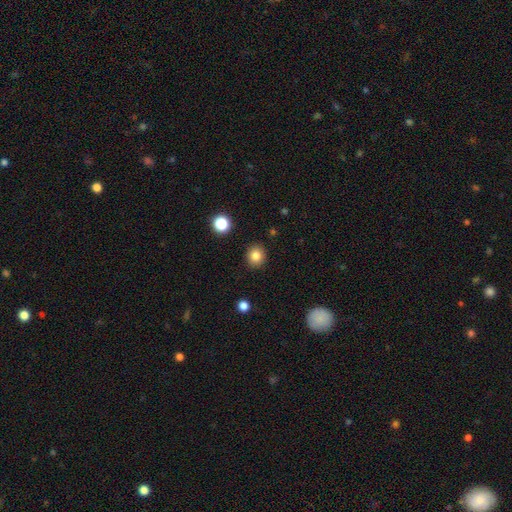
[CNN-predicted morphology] Smooth or featured?
  - smooth: 83% *
  - star or artifact: 11%
  - featured or disk: 6%
How rounded?
  - round: 84% *
  - in between: 15%
  - cigar-shaped: 1%
Merging?
  - none: 91% *
  - minor disturbance: 6%
  - major disturbance: 2%
  - merger: 1%